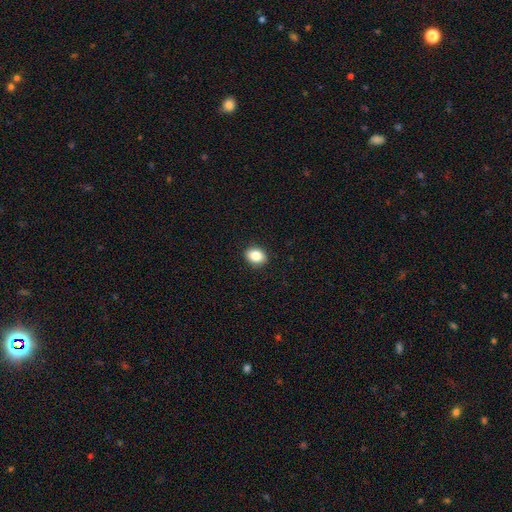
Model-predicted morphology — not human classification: Smooth or featured: smooth — 86% (star or artifact — 9%)
How rounded: in between — 63% (round — 36%)
Merging: none — 91% (minor disturbance — 6%)